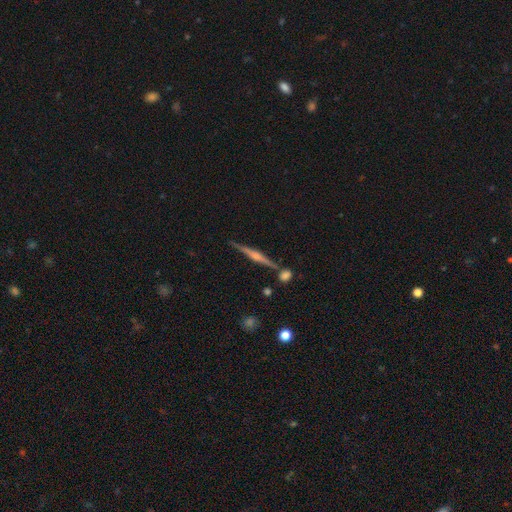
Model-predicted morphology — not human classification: This is clearly a featured or disk galaxy (82%). It is clearly viewed edge-on (98%). Edge-on bulge: clearly rounded (83%). Merging: clearly none (85%).